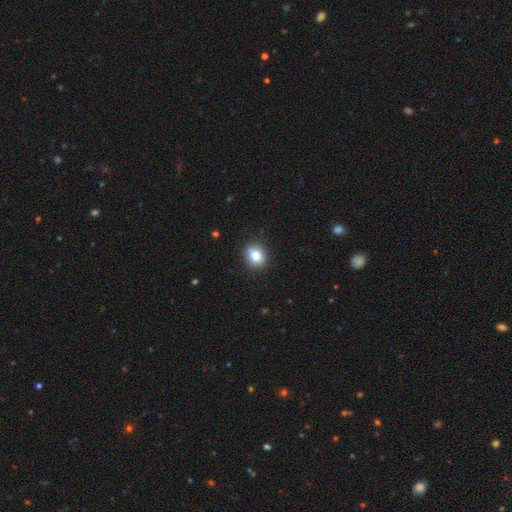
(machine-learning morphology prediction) Smooth or featured? Predicted: smooth (p=0.79). How rounded? Predicted: round (p=0.72). Merging? Predicted: none (p=0.88).